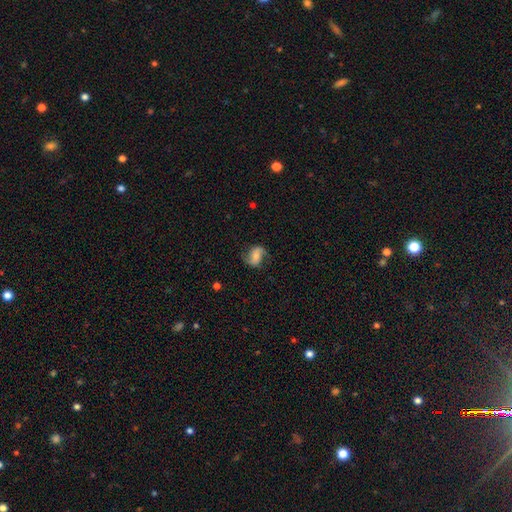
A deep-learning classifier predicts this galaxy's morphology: Overall: featured or disk (66%). Edge-on disk: no (97%). Bar: no (46%; weak 36%). Spiral arms: yes (93%). Spiral arm count: 2 (90%). Spiral winding: loose (53%; medium 35%). Bulge size: small (41%; moderate 39%). Merging: none (72%).